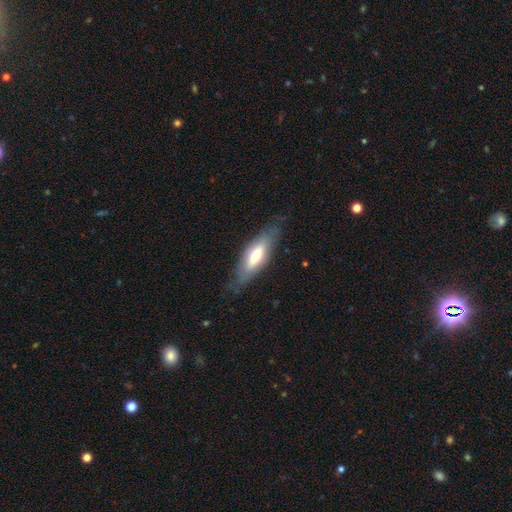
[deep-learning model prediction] Smooth or featured? Predicted: smooth (p=0.58). How rounded? Predicted: in between (p=0.58). Merging? Predicted: none (p=0.76).